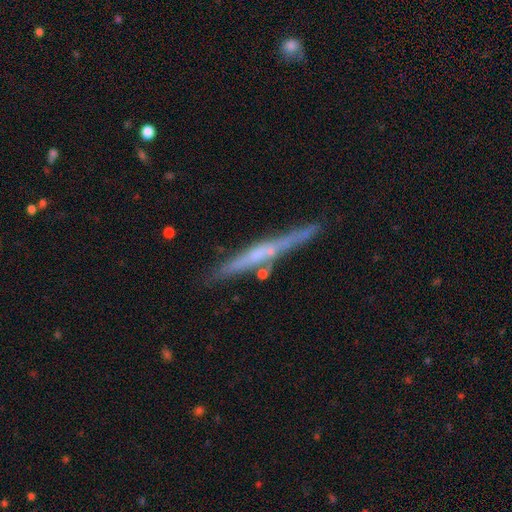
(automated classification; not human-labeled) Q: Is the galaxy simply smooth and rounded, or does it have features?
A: featured or disk — 59%.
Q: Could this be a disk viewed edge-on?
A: yes — 95%.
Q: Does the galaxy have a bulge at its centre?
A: none — 64%.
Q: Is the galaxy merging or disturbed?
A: none — 78%.